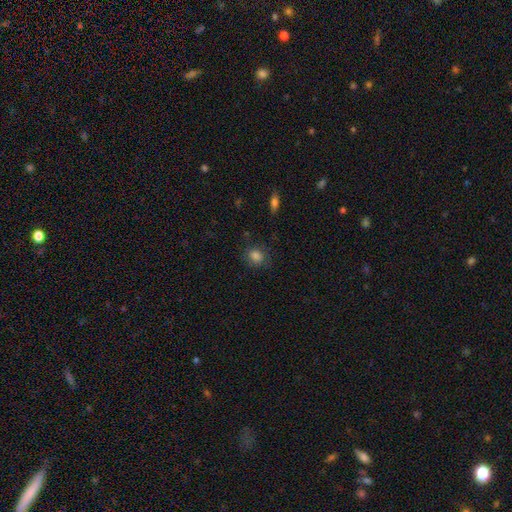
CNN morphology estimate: A smooth galaxy with no disk features (83%) that is round (70%).

Vote fractions:
- Smooth or featured? smooth: 83% / star or artifact: 11% / featured or disk: 6%
- How rounded? round: 70% / in between: 29% / cigar-shaped: 1%
- Merging? none: 78% / minor disturbance: 16% / major disturbance: 5% / merger: 2%